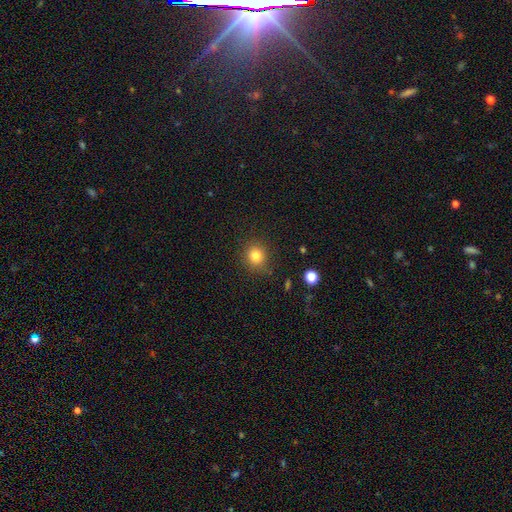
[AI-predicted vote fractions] A smooth galaxy with no disk features (82%) that is round (86%). Merging: none (85%).